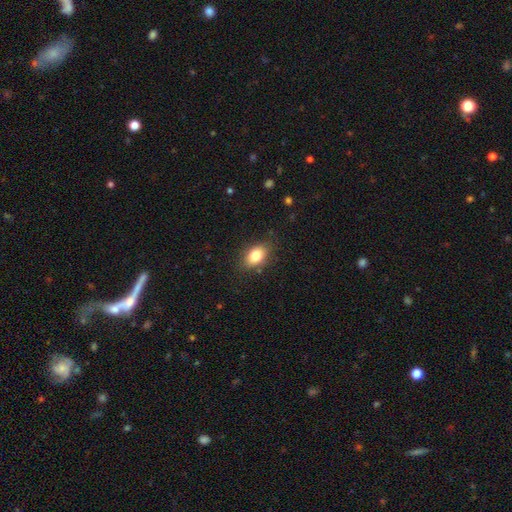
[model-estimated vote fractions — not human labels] Morphology: type=smooth (81%); roundness=in between (83%); merging=none (84%).